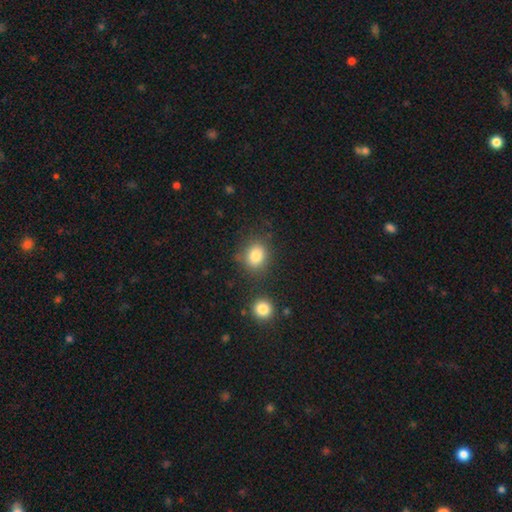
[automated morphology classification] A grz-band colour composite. It shows a smooth galaxy with no disk features (84%) that is round (56%). Merging: none (74%).